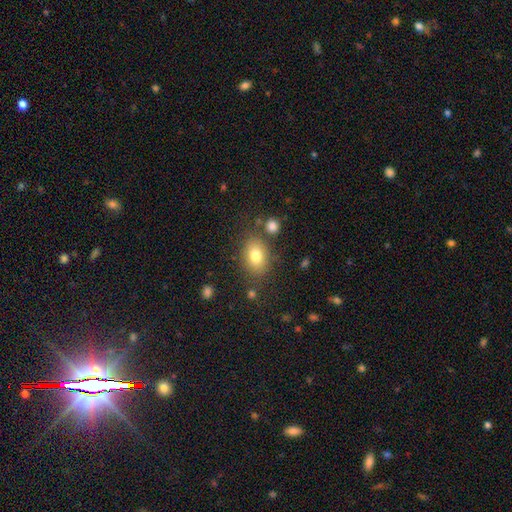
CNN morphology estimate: Smooth or featured? smooth (78%)
How rounded? in between (72%)
Merging? none (76%)